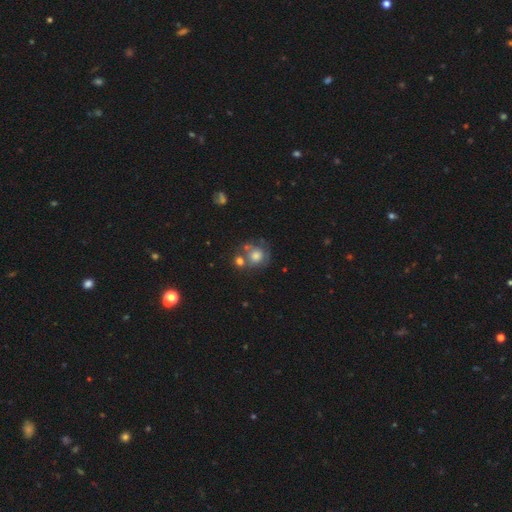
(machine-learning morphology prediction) Smooth or featured?
  - smooth: 57% *
  - featured or disk: 31%
  - star or artifact: 12%
How rounded?
  - round: 81% *
  - in between: 18%
  - cigar-shaped: 1%
Merging?
  - none: 46% *
  - merger: 26%
  - minor disturbance: 17%
  - major disturbance: 11%